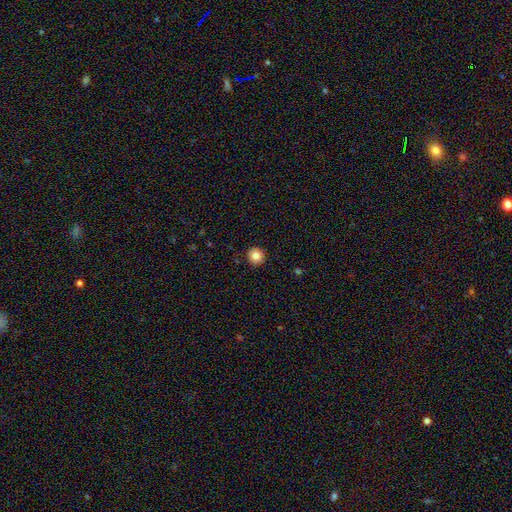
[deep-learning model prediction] Smooth or featured? smooth (84%)
How rounded? round (95%)
Merging? none (92%)